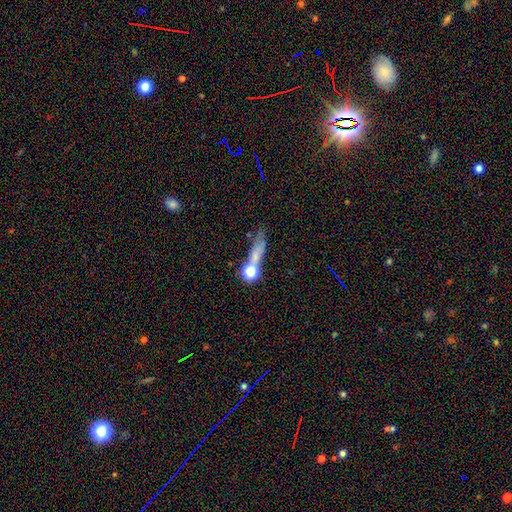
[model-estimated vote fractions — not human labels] This appears to be a smooth galaxy with no disk features (57%) that is cigar-shaped (46%). Merging: none (48%).